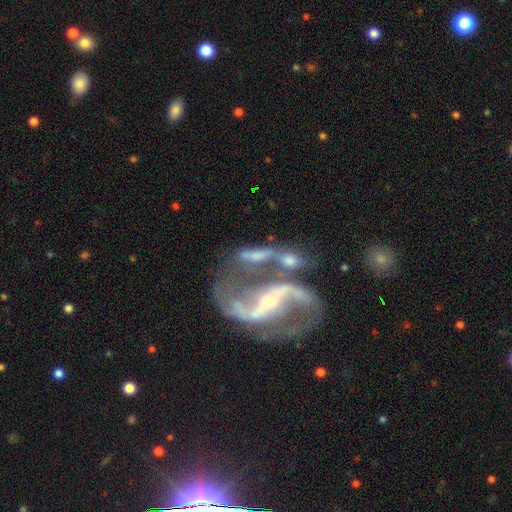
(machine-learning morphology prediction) type=featured or disk (75%); edge-on=no (87%); bar=no (38%); spiral arms=yes (76%); bulge=small (51%); merging=merger (52%).